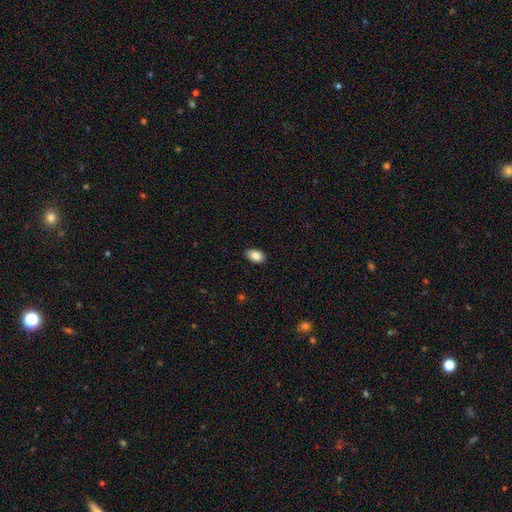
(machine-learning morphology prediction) This is clearly a smooth galaxy (88%). How rounded: clearly in between (88%). Merging: clearly none (83%).